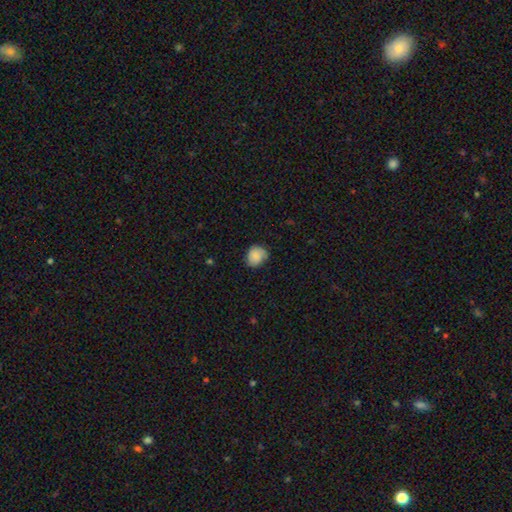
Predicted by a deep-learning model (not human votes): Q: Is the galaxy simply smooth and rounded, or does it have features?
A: smooth — 80%.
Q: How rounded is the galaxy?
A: round — 63%.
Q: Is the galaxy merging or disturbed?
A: none — 63%.